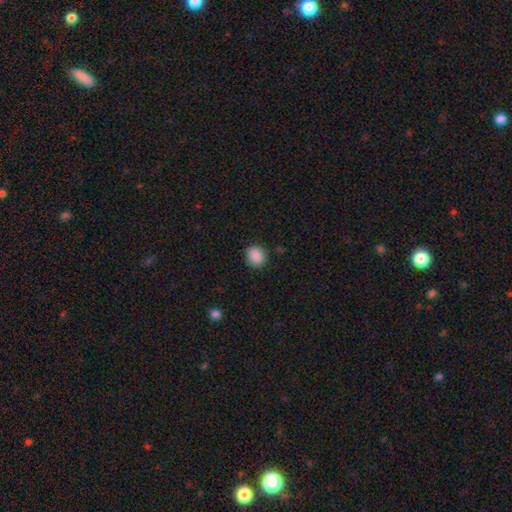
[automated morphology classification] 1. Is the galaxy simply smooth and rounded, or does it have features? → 88% smooth, 9% star or artifact, 3% featured or disk.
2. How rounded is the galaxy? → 63% round, 37% in between, 1% cigar-shaped.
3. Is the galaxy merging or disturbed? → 85% none, 11% minor disturbance, 3% major disturbance, 1% merger.